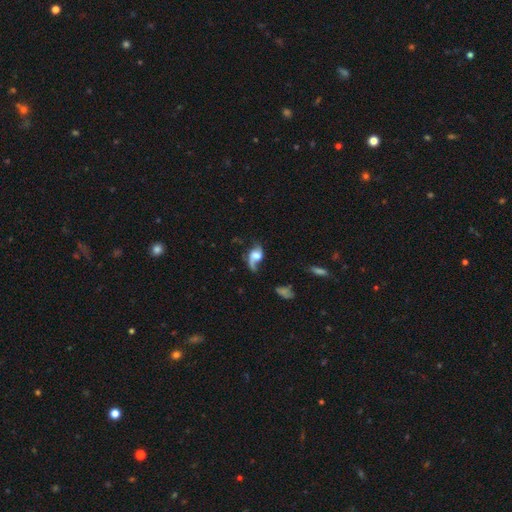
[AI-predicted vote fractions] This is likely a featured or disk galaxy (67%). It is clearly not viewed edge-on (95%). Bar: likely no (63%). Spiral arm pattern: clearly yes (89%). Spiral arm count: likely 2 (62%). Spiral winding: likely loose (75%). Central bulge: marginally large (37%). Merging: marginally none (41%).